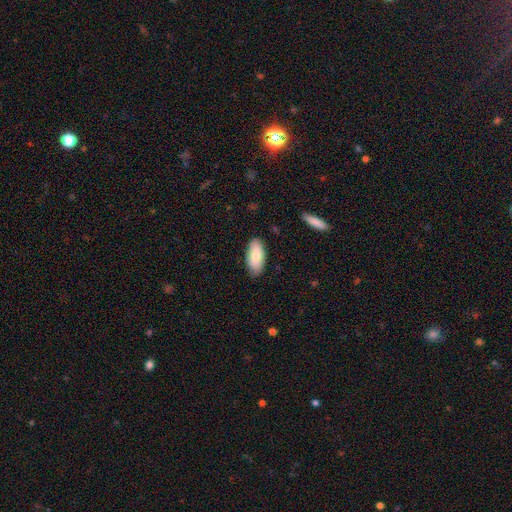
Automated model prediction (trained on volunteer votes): Smooth or featured?
  - smooth: 81% *
  - featured or disk: 13%
  - star or artifact: 6%
How rounded?
  - in between: 91% *
  - cigar-shaped: 7%
  - round: 2%
Merging?
  - none: 84% *
  - minor disturbance: 13%
  - major disturbance: 2%
  - merger: 1%